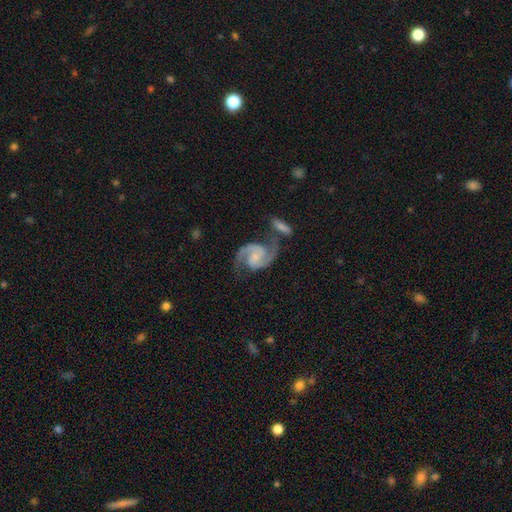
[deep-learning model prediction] The model was most divided on "bar": no: 49%, weak: 39%, strong: 12%. Remaining: spiral arms — yes (98%); edge-on disk — no (98%); spiral arm count — 2 (94%); smooth or featured — featured or disk (91%); spiral winding — medium (60%); merging — none (57%); bulge size — small (46%).